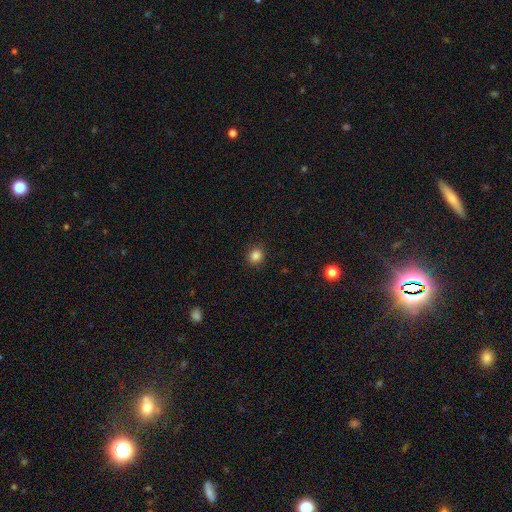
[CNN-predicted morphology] Q: Smooth or featured?
A: smooth (85%); runner-up: star or artifact (11%)
Q: How rounded?
A: round (84%); runner-up: in between (15%)
Q: Merging?
A: none (91%); runner-up: minor disturbance (6%)